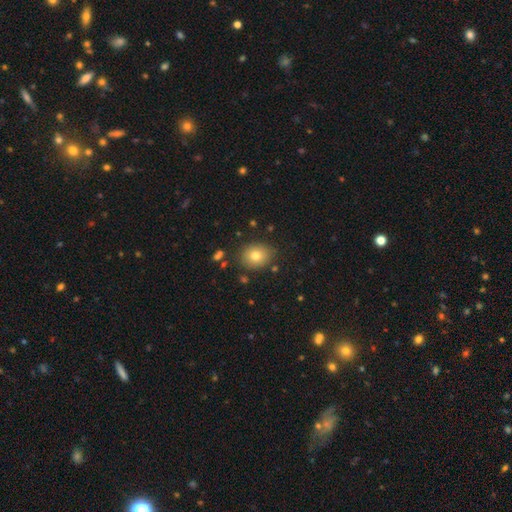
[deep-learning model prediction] Q: Smooth or featured?
A: smooth (77%); runner-up: star or artifact (12%)
Q: How rounded?
A: round (63%); runner-up: in between (36%)
Q: Merging?
A: none (84%); runner-up: minor disturbance (10%)